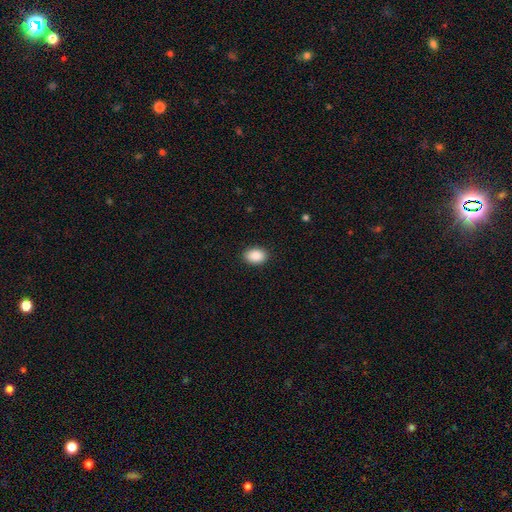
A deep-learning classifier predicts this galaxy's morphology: This appears to be a smooth galaxy with no disk features (89%) that is in between round and cigar-shaped (81%). Merging: none (90%).